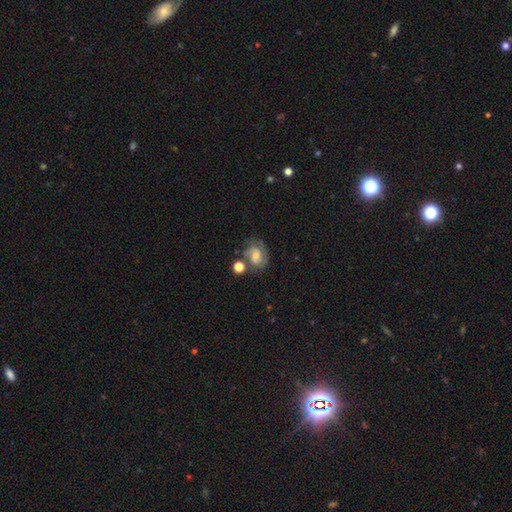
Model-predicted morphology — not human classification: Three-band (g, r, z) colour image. It shows a featured or disk galaxy (58%) with no bar (54%), spiral arms (88%) and a small central bulge (40%). Merging: none (54%).